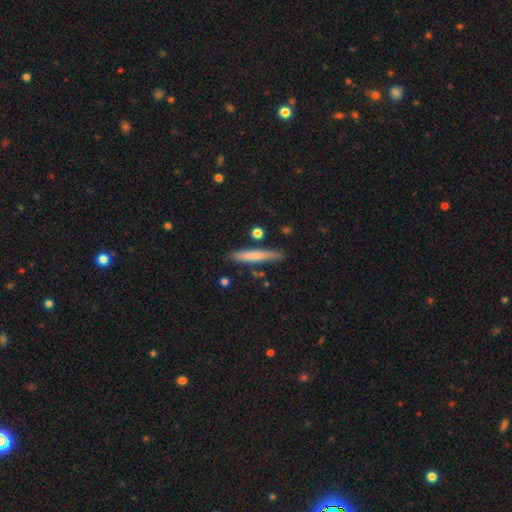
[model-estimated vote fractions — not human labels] A smooth galaxy with no disk features (70%) that is cigar-shaped (92%).

Vote fractions:
- Smooth or featured? smooth: 70% / featured or disk: 24% / star or artifact: 6%
- How rounded? cigar-shaped: 92% / in between: 6% / round: 1%
- Merging? none: 82% / minor disturbance: 12% / merger: 4% / major disturbance: 3%